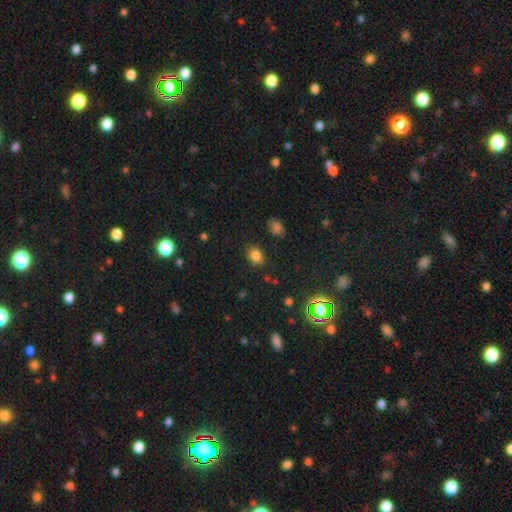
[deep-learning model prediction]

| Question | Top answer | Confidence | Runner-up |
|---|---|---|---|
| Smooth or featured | smooth | 80% | star or artifact (15%) |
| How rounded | in between | 57% | round (42%) |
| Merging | none | 84% | minor disturbance (10%) |